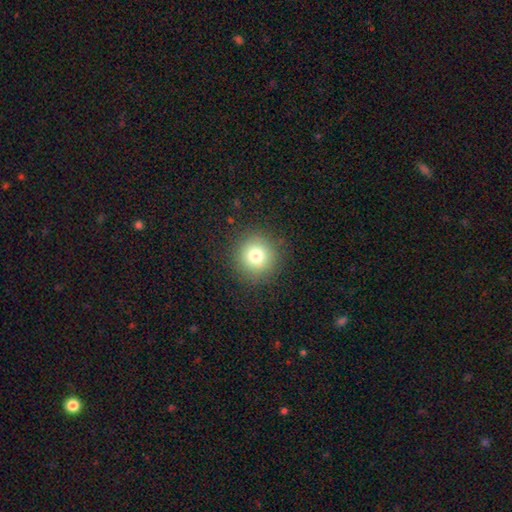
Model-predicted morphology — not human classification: A smooth galaxy with no disk features (78%) that is round (94%). Merging: none (89%).